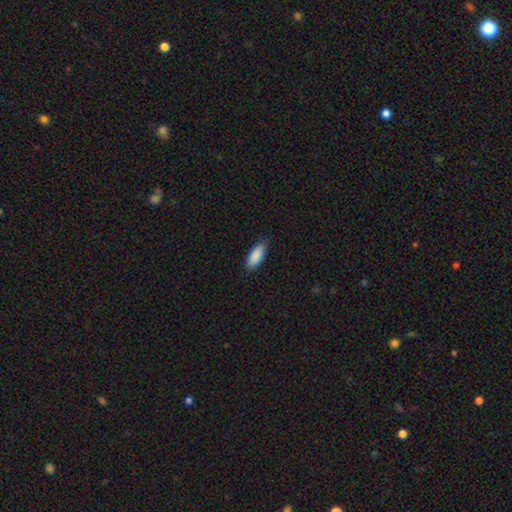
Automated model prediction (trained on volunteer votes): Smooth or featured? Predicted: smooth (p=0.89). How rounded? Predicted: in between (p=0.76). Merging? Predicted: none (p=0.80).